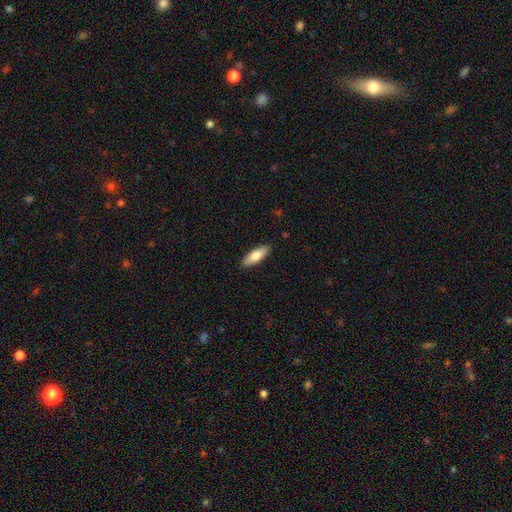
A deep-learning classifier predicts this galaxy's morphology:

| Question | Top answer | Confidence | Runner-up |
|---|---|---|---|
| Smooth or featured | smooth | 79% | featured or disk (15%) |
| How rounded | in between | 54% | cigar-shaped (45%) |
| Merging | none | 89% | minor disturbance (8%) |